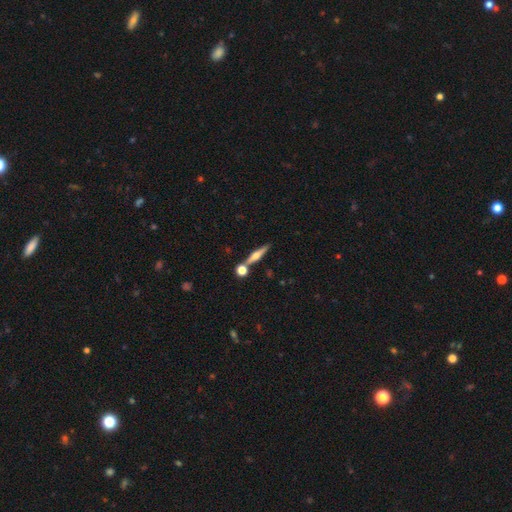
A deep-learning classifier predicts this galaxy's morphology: The model was most divided on "smooth or featured": featured or disk: 61%, smooth: 31%, star or artifact: 8%. More confident: edge-on disk — yes (96%); edge-on bulge — rounded (90%); merging — none (76%).